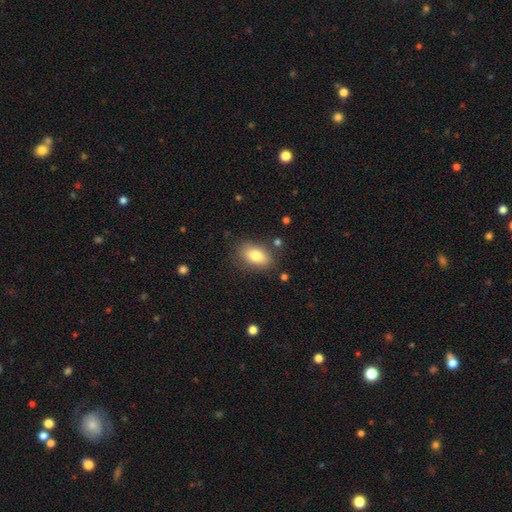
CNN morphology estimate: This is likely a smooth galaxy (79%). How rounded: clearly in between (89%). Merging: clearly none (81%).